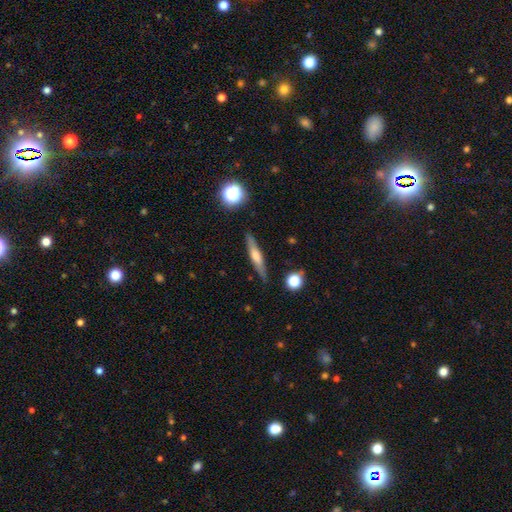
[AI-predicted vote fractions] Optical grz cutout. It shows a featured or disk galaxy (51%) viewed edge-on (93%). Merging: none (88%).